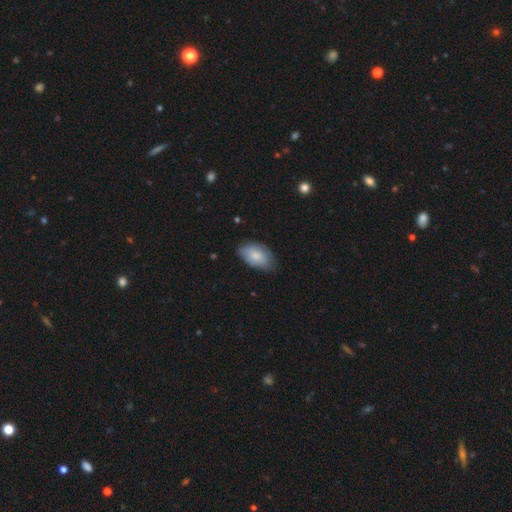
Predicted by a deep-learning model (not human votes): smooth_or_featured: smooth (p=0.77) [alt: featured or disk p=0.17]
how_rounded: in between (p=0.93) [alt: round p=0.05]
merging: none (p=0.67) [alt: minor disturbance p=0.27]